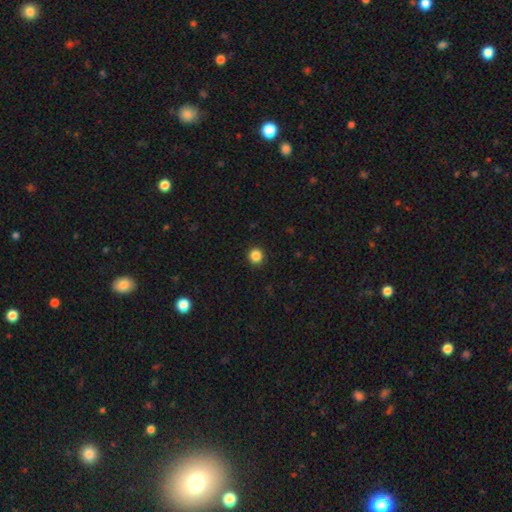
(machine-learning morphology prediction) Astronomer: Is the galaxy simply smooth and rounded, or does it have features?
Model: smooth — 86%.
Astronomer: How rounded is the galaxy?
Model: round — 93%.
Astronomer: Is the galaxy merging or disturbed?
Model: none — 93%.